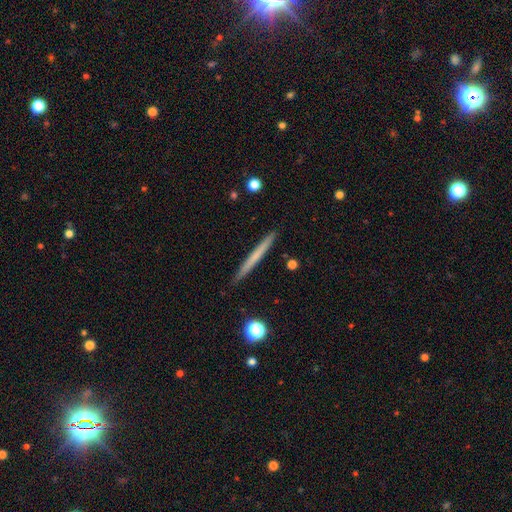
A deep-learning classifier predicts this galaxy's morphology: smooth_or_featured: smooth (p=0.56) [alt: featured or disk p=0.38]
how_rounded: cigar-shaped (p=0.97) [alt: in between p=0.02]
merging: none (p=0.91) [alt: minor disturbance p=0.07]